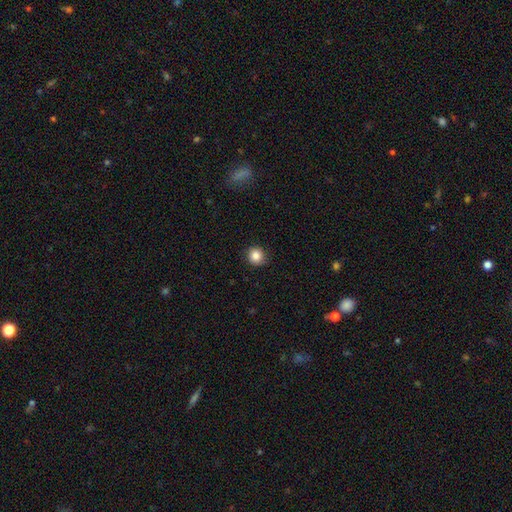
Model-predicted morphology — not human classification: This is clearly a smooth galaxy (85%). How rounded: clearly round (89%). Merging: clearly none (88%).